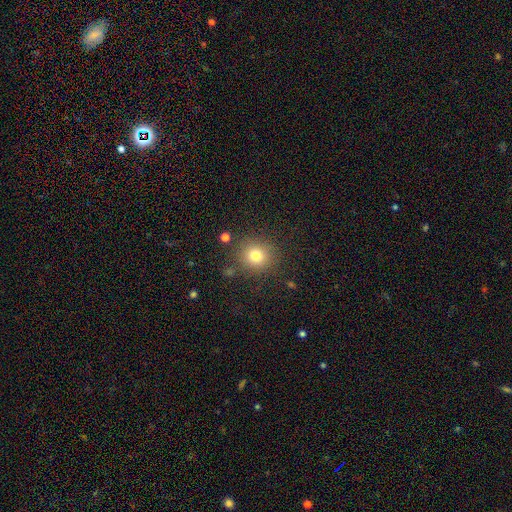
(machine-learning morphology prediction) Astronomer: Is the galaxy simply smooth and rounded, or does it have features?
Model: smooth — 78%.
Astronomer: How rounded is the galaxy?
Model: round — 89%.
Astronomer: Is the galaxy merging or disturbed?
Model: none — 85%.